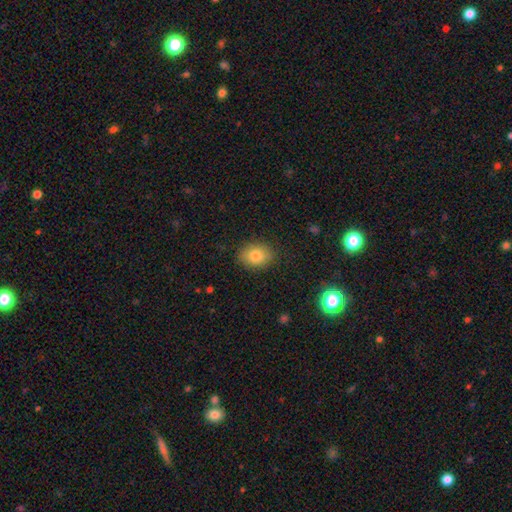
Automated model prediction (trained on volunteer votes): Smooth or featured: smooth — 81% (star or artifact — 9%)
How rounded: in between — 56% (round — 43%)
Merging: none — 86% (minor disturbance — 10%)